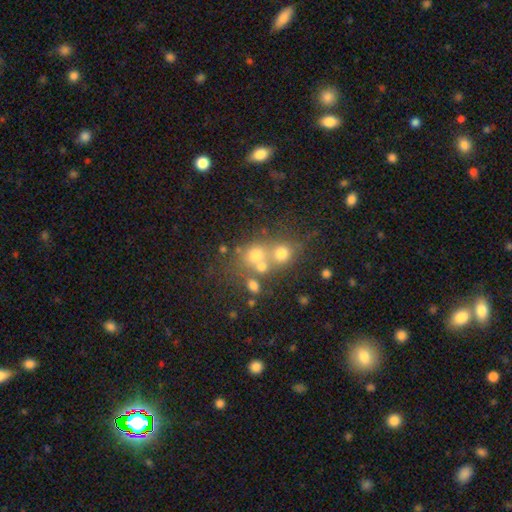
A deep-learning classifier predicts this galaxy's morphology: A smooth galaxy with no disk features (62%) that is round (74%).

Vote fractions:
- Smooth or featured? smooth: 62% / star or artifact: 20% / featured or disk: 19%
- How rounded? round: 74% / in between: 24% / cigar-shaped: 1%
- Merging? merger: 42% (tied) / none: 42% (tied) / minor disturbance: 9% / major disturbance: 7%